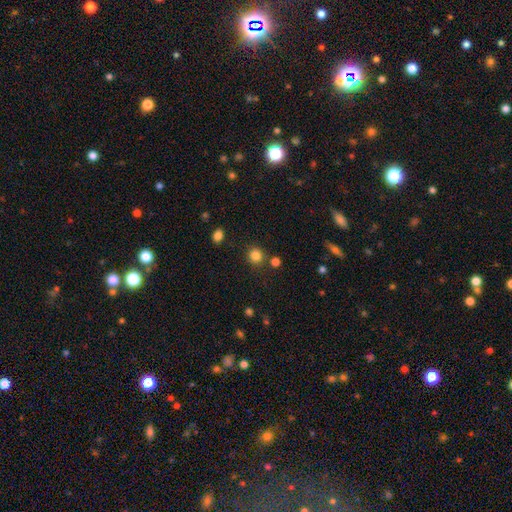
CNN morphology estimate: The model was most divided on "smooth or featured": smooth: 83%, star or artifact: 13%, featured or disk: 4%. More confident: how rounded — round (90%); merging — none (84%).